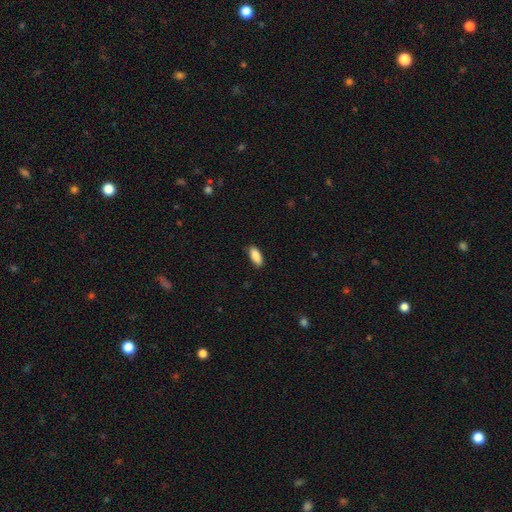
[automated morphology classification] The model was most divided on "how rounded": in between: 84%, cigar-shaped: 14%, round: 2%. More confident: smooth or featured — smooth (89%); merging — none (85%).